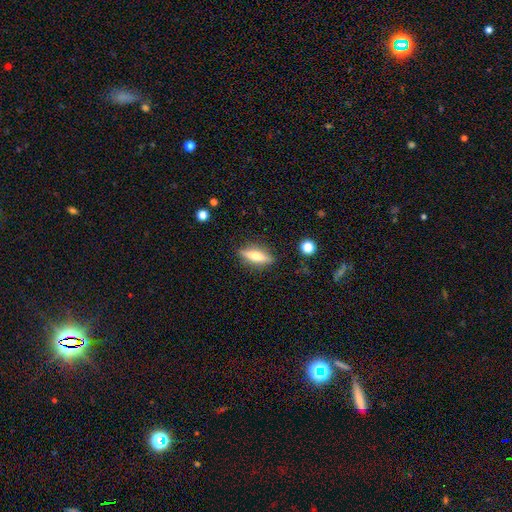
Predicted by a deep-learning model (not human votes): Smooth or featured? featured or disk (53%)
Edge-on disk? yes (91%)
Merging? none (88%)